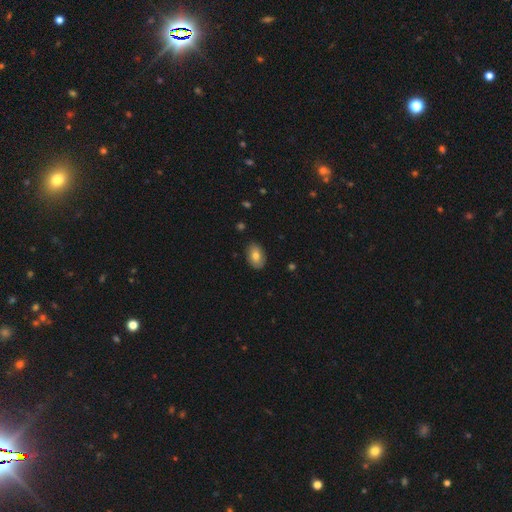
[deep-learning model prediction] Morphology: type=smooth (79%); roundness=in between (89%); merging=none (86%).